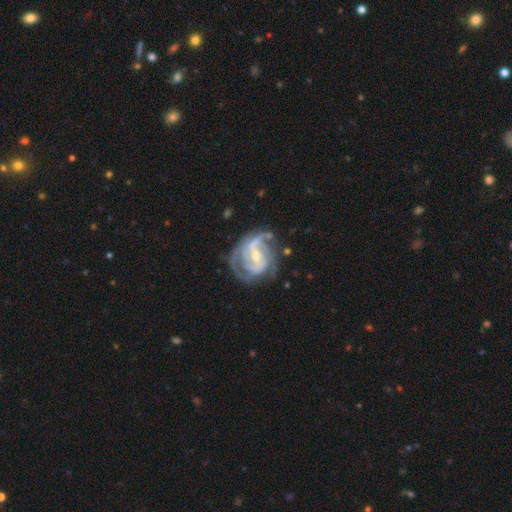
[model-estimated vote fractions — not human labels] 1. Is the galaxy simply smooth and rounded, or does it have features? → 92% featured or disk, 4% star or artifact, 4% smooth.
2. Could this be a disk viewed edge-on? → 98% no, 2% yes.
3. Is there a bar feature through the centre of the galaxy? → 46% weak, 32% strong, 22% no.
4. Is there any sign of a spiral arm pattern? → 98% yes, 2% no.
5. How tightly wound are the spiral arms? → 46% tight, 43% medium, 11% loose.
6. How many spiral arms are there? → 35% 3, 30% 2, 14% can't tell, 10% 4, 5% 1, 5% more than 4.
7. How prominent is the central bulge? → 52% small, 44% moderate, 2% large, 1% none, 1% dominant.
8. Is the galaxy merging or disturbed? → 65% none, 20% minor disturbance, 13% major disturbance, 2% merger.